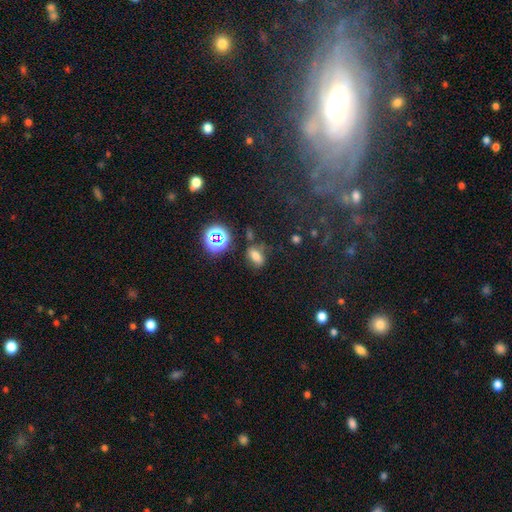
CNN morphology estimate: smooth-or-featured: smooth: 64% | star or artifact: 24% | featured or disk: 12%
  how-rounded: in between: 79% | round: 15% | cigar-shaped: 5%
  merging: none: 64% | minor disturbance: 20% | major disturbance: 8% | merger: 8%